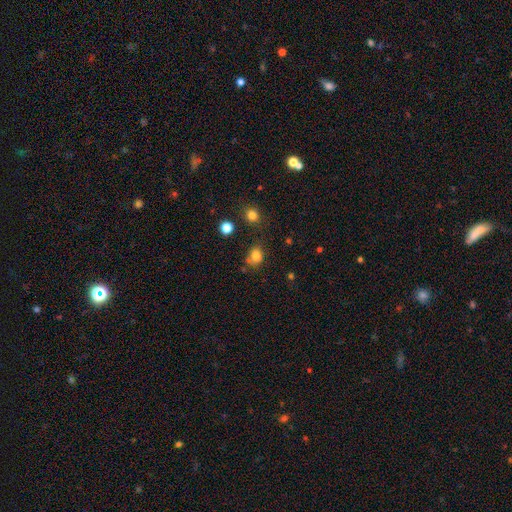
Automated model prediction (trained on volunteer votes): Smooth or featured? Predicted: smooth (p=0.79). How rounded? Predicted: round (p=0.54). Merging? Predicted: none (p=0.65).